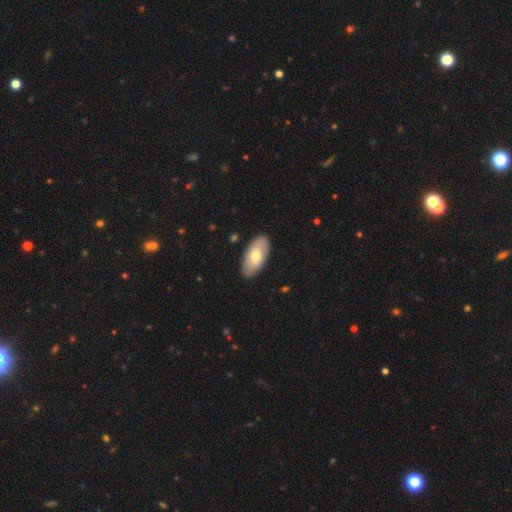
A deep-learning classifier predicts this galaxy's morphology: A smooth galaxy with no disk features (67%) that is in between round and cigar-shaped (93%). Merging: none (88%).